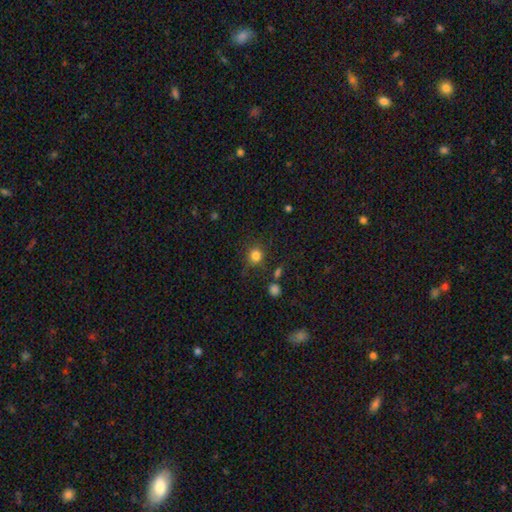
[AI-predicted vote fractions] Smooth or featured: smooth — 82% (star or artifact — 13%)
How rounded: round — 89% (in between — 10%)
Merging: none — 82% (minor disturbance — 11%)